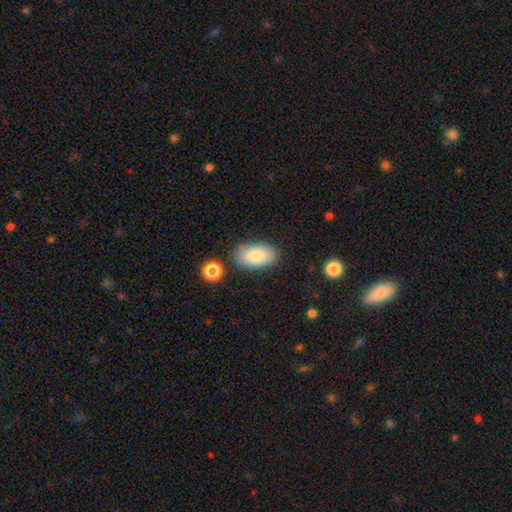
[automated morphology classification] smooth-or-featured: smooth: 83% | featured or disk: 10% | star or artifact: 7%
  how-rounded: in between: 94% | round: 4% | cigar-shaped: 2%
  merging: none: 82% | minor disturbance: 12% | merger: 4% | major disturbance: 3%